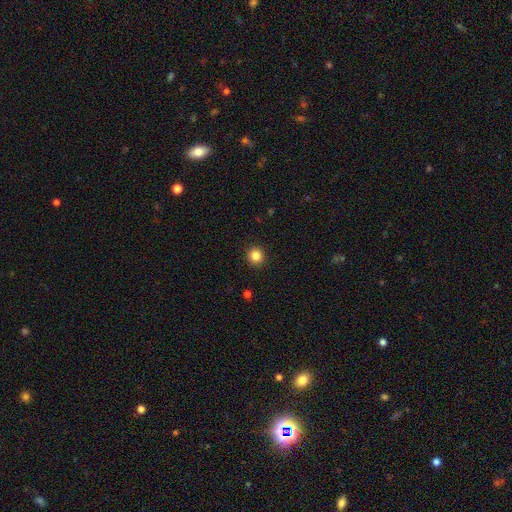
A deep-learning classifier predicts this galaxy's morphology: The model was most divided on "smooth or featured": smooth: 85%, star or artifact: 11%, featured or disk: 4%. More confident: merging — none (93%); how rounded — round (93%).